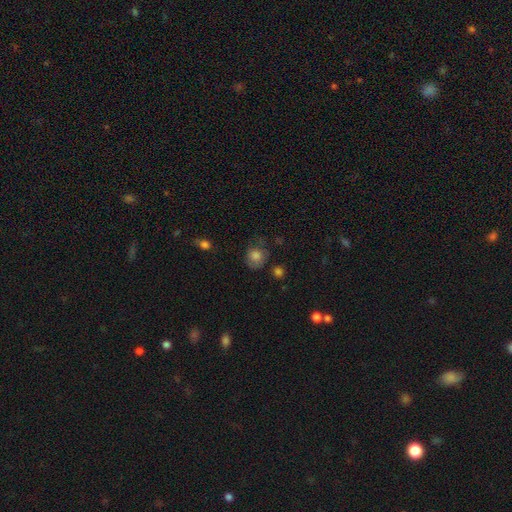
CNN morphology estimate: smooth-or-featured: smooth: 78% | featured or disk: 12% | star or artifact: 10%
  how-rounded: round: 72% | in between: 27% | cigar-shaped: 1%
  merging: none: 56% | minor disturbance: 27% | major disturbance: 14% | merger: 3%